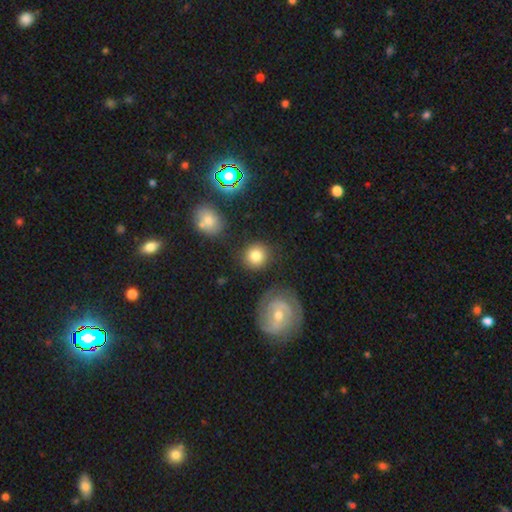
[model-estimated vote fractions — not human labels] Overall: smooth (79%). How rounded: round (89%). Merging: none (81%).